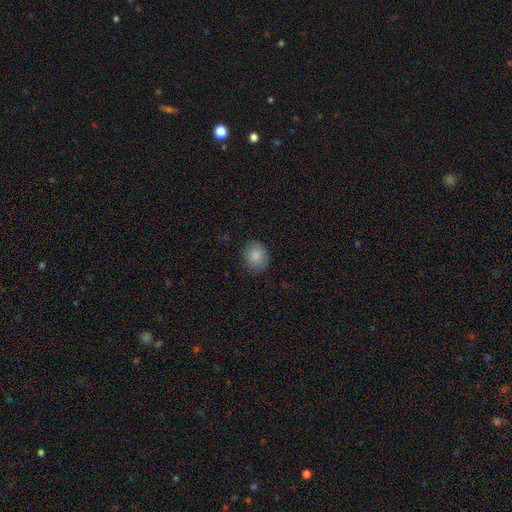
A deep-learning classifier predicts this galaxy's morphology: Smooth or featured?
  - smooth: 85% *
  - star or artifact: 8%
  - featured or disk: 7%
How rounded?
  - round: 59% *
  - in between: 40%
  - cigar-shaped: 1%
Merging?
  - none: 82% *
  - minor disturbance: 14%
  - major disturbance: 3%
  - merger: 1%